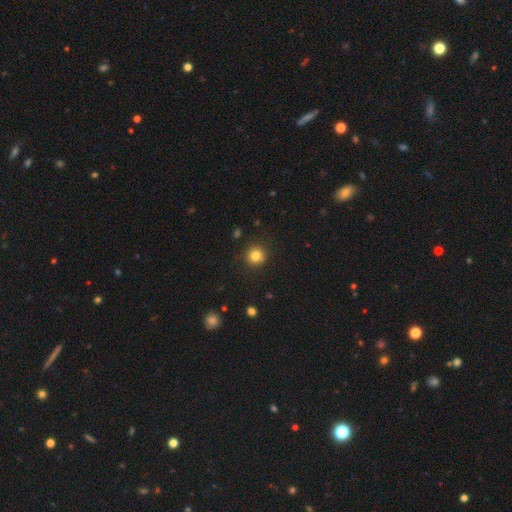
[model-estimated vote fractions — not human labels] This is clearly a smooth galaxy (82%). How rounded: clearly round (93%). Merging: clearly none (90%).